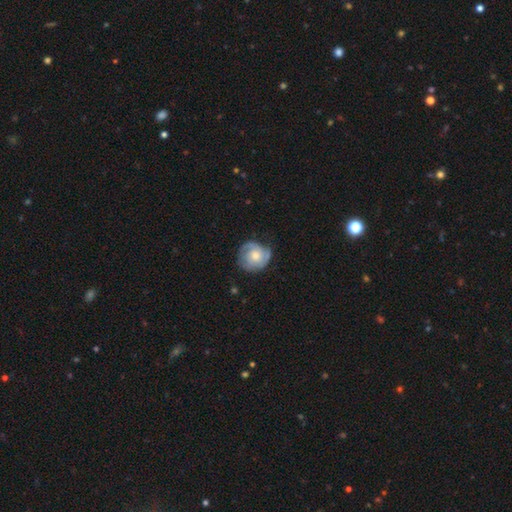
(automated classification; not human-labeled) A featured or disk galaxy (61%) with no bar (81%), spiral arms (83%) and a moderate central bulge (63%).

Vote fractions:
- Smooth or featured? featured or disk: 61% / smooth: 33% / star or artifact: 6%
- Edge-on disk? no: 97% / yes: 3%
- Bar? no: 81% / weak: 17% / strong: 2%
- Spiral arms? yes: 83% / no: 17%
- Bulge size? moderate: 63% / small: 25% / large: 9% / none: 3% / dominant: 1%
- Merging? none: 63% / minor disturbance: 26% / major disturbance: 10% / merger: 2%